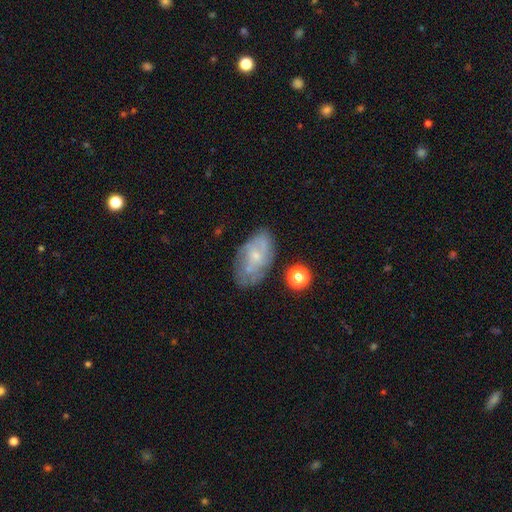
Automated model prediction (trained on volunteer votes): Q: Smooth or featured?
A: featured or disk (58%); runner-up: smooth (31%)
Q: Edge-on disk?
A: no (94%); runner-up: yes (6%)
Q: Bar?
A: no (74%); runner-up: weak (22%)
Q: Spiral arms?
A: yes (64%); runner-up: no (36%)
Q: Bulge size?
A: small (70%); runner-up: moderate (21%)
Q: Merging?
A: none (67%); runner-up: minor disturbance (21%)